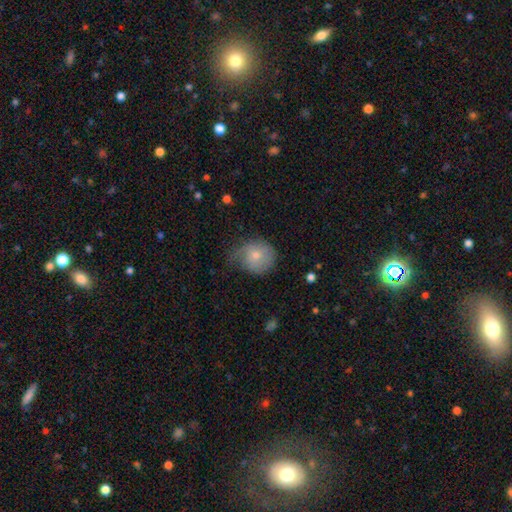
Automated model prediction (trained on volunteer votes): Smooth or featured? Predicted: smooth (p=0.69). How rounded? Predicted: round (p=0.73). Merging? Predicted: minor disturbance (p=0.40).